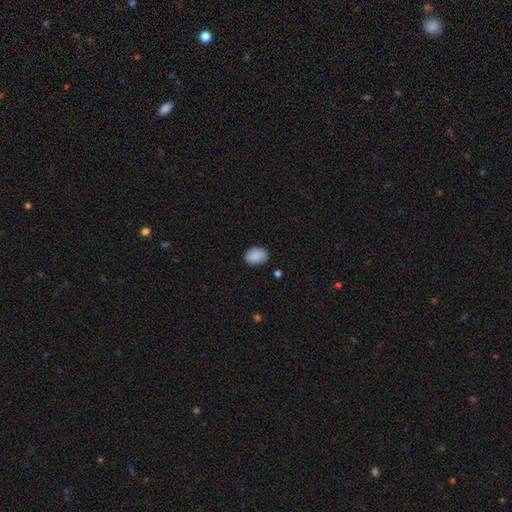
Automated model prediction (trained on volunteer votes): smooth 88%, star or artifact 7%, featured or disk 5%. Down the decision tree: how rounded — in between (75%); merging — none (80%).